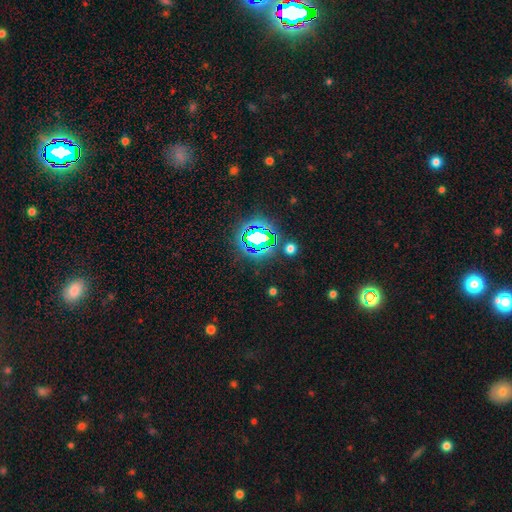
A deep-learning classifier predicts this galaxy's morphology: Smooth or featured?
  - star or artifact: 80% *
  - smooth: 13%
  - featured or disk: 7%